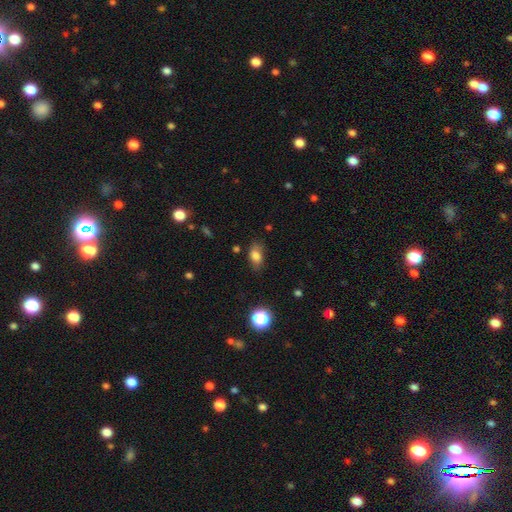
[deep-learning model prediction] The model was most divided on "merging": none: 73%, minor disturbance: 20%, major disturbance: 5%, merger: 2%. More confident: how rounded — in between (86%); smooth or featured — smooth (78%).